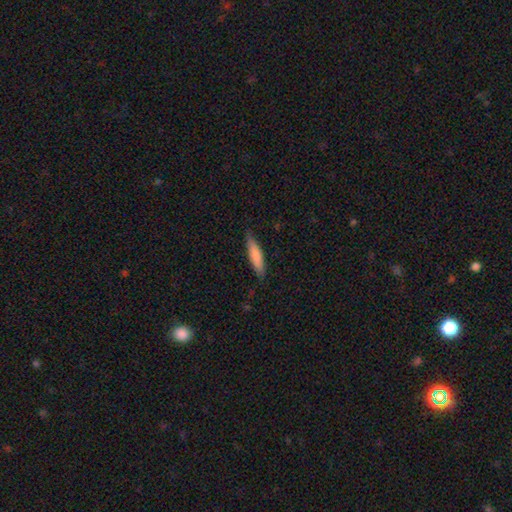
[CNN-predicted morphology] Overall: smooth (78%). How rounded: cigar-shaped (79%). Merging: none (82%).